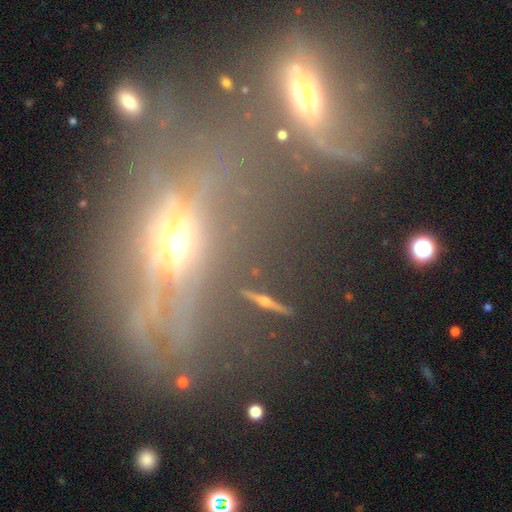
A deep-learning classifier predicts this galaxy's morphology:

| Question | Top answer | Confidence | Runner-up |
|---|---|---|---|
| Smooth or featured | featured or disk | 48% | star or artifact (27%) |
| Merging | none | 42% | merger (26%) |